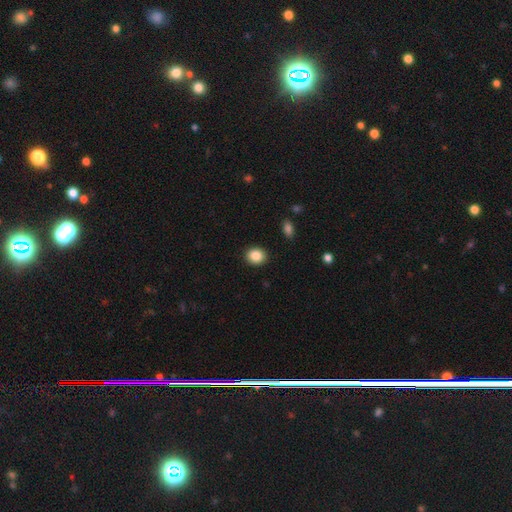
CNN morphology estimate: smooth 87%, star or artifact 9%, featured or disk 4%. Down the decision tree: how rounded — round (65%); merging — none (91%).